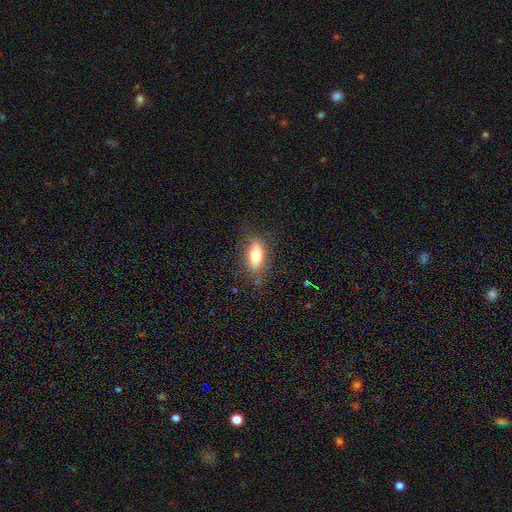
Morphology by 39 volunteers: Smooth or featured: smooth — 72% (featured or disk — 23%)
How rounded: in between — 82% (cigar-shaped — 14%)
Merging: none — 78% (major disturbance — 14%)